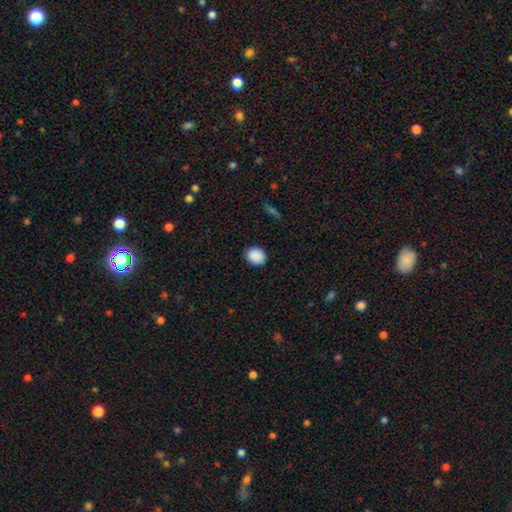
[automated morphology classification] This appears to be a smooth galaxy with no disk features (90%) that is round (74%). Merging: none (89%).